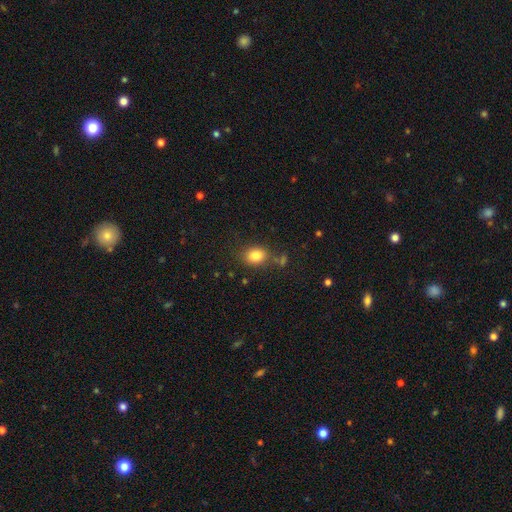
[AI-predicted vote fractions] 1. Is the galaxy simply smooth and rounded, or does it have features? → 83% smooth, 10% star or artifact, 6% featured or disk.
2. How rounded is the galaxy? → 61% in between, 38% round, 1% cigar-shaped.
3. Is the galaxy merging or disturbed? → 74% none, 14% minor disturbance, 6% merger, 5% major disturbance.